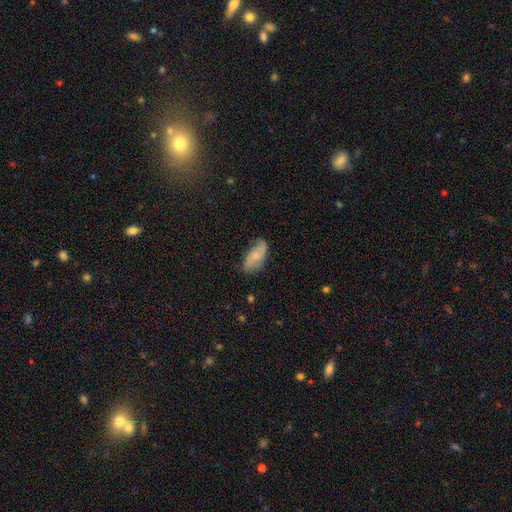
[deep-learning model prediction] smooth_or_featured: smooth (p=0.53) [alt: featured or disk p=0.40]
how_rounded: in between (p=0.89) [alt: cigar-shaped p=0.08]
merging: none (p=0.66) [alt: minor disturbance p=0.26]